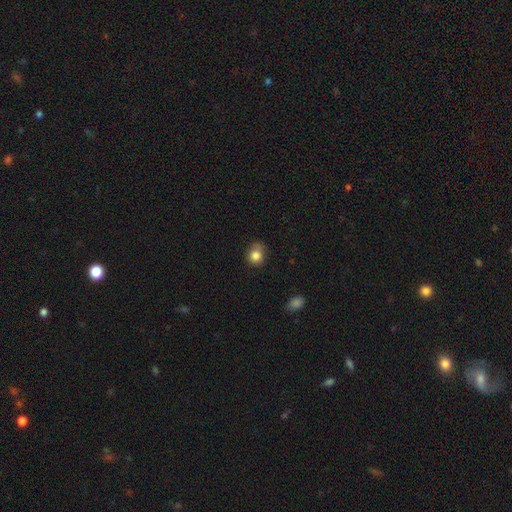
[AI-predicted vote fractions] smooth_or_featured: smooth (p=0.82) [alt: star or artifact p=0.10]
how_rounded: round (p=0.72) [alt: in between p=0.27]
merging: none (p=0.57) [alt: minor disturbance p=0.32]